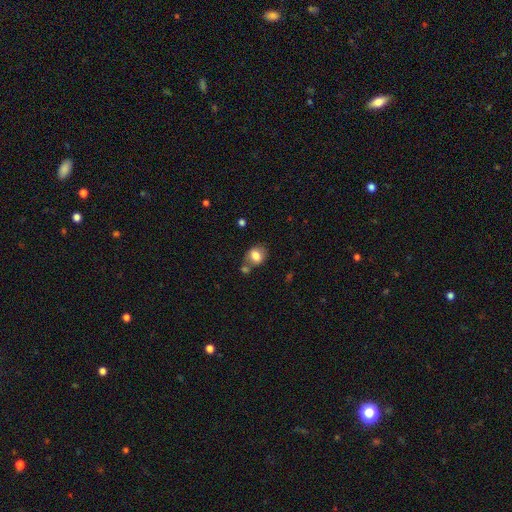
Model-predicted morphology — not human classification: Smooth or featured?
  - smooth: 78% *
  - featured or disk: 13%
  - star or artifact: 9%
How rounded?
  - round: 50% *
  - in between: 49%
  - cigar-shaped: 1%
Merging?
  - none: 53% *
  - merger: 23%
  - minor disturbance: 17%
  - major disturbance: 6%